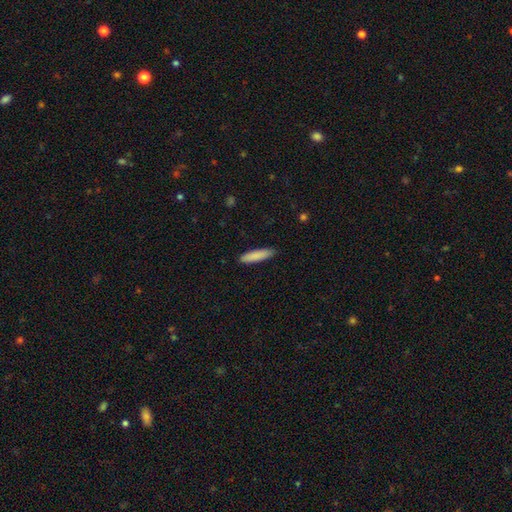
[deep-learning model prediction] Morphology: type=smooth (86%); roundness=cigar-shaped (80%); merging=none (89%).